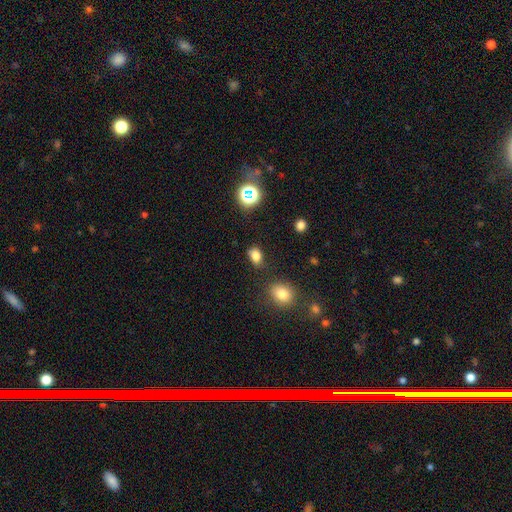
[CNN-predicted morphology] Smooth or featured: smooth — 79% (star or artifact — 15%)
How rounded: in between — 75% (round — 24%)
Merging: none — 75% (minor disturbance — 16%)